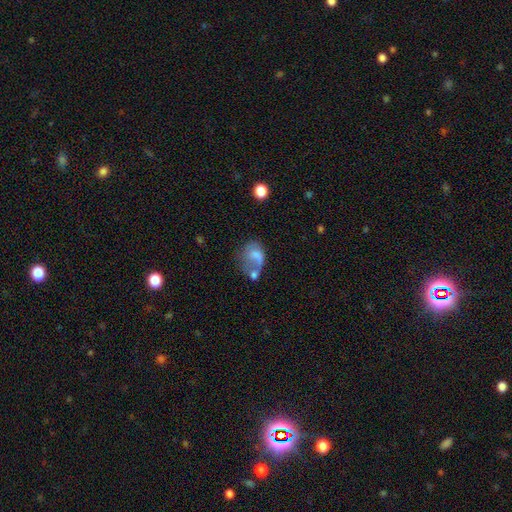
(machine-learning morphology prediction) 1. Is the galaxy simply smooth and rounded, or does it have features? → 57% smooth, 33% featured or disk, 10% star or artifact.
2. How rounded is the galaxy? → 62% in between, 37% round, 1% cigar-shaped.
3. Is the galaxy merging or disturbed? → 32% major disturbance, 27% merger, 23% none, 18% minor disturbance.